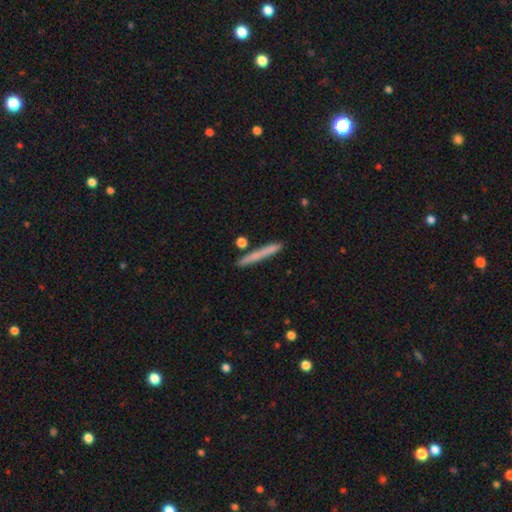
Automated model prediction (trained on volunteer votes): A smooth galaxy with no disk features (65%) that is cigar-shaped (96%). Merging: none (86%).